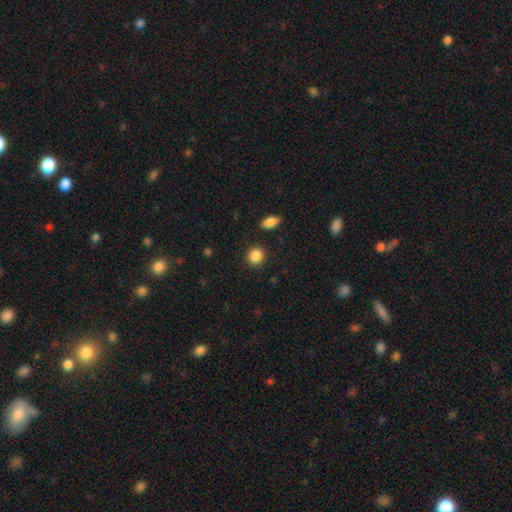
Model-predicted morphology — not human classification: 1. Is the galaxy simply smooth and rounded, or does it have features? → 88% smooth, 9% star or artifact, 3% featured or disk.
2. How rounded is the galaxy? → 80% round, 19% in between, 1% cigar-shaped.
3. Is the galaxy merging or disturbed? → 89% none, 7% minor disturbance, 2% major disturbance, 2% merger.